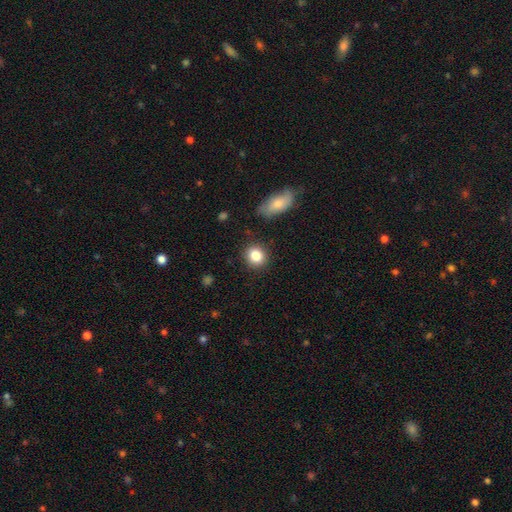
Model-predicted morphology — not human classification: This is clearly a smooth galaxy (84%). How rounded: likely round (75%). Merging: clearly none (87%).